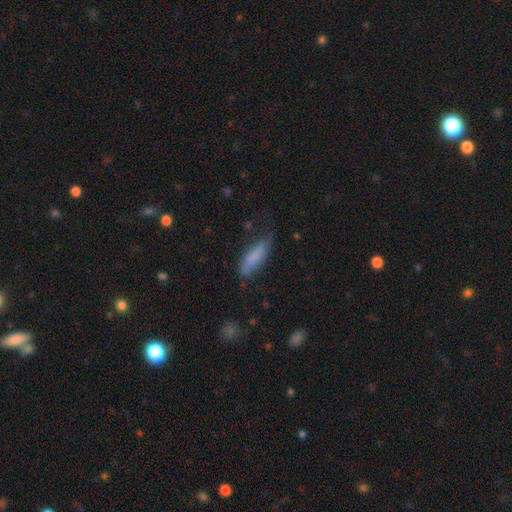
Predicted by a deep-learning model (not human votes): A smooth galaxy with no disk features (77%) that is cigar-shaped (51%). Merging: none (55%).